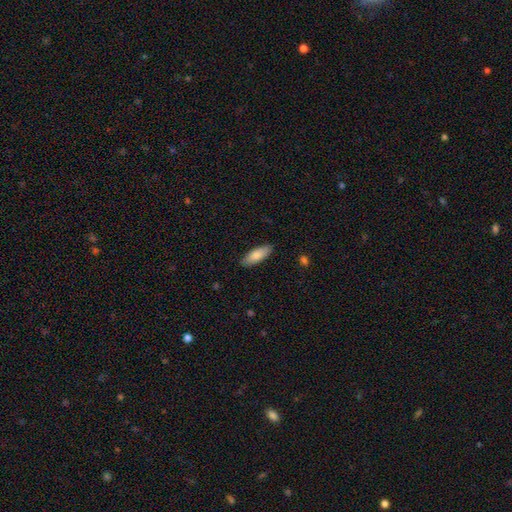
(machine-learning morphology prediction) smooth 82%, featured or disk 12%, star or artifact 6%. Down the decision tree: how rounded — in between (65%); merging — none (88%).